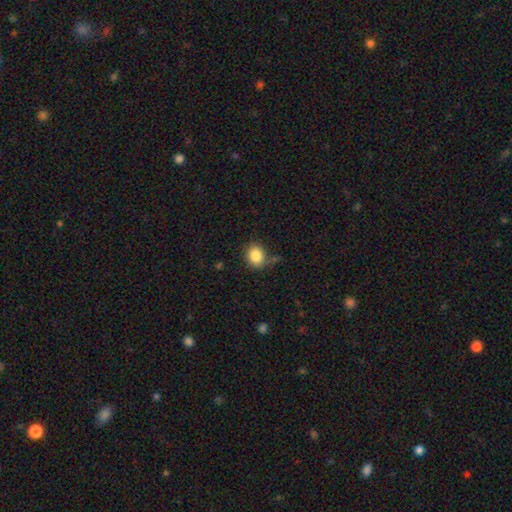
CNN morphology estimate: smooth 85%, star or artifact 9%, featured or disk 5%. Down the decision tree: how rounded — round (50%); merging — none (76%).